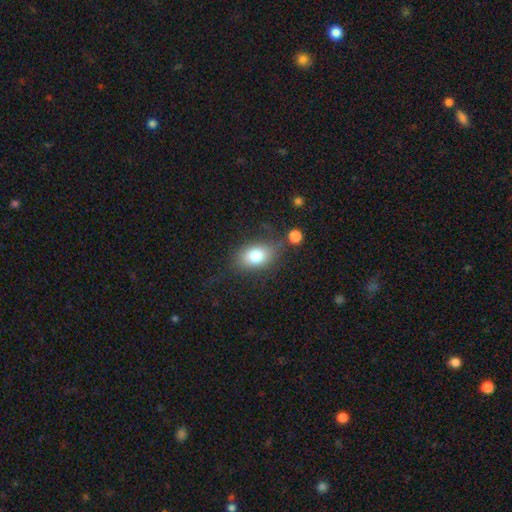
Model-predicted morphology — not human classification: A smooth galaxy with no disk features (77%) that is in between round and cigar-shaped (76%). Merging: none (67%).